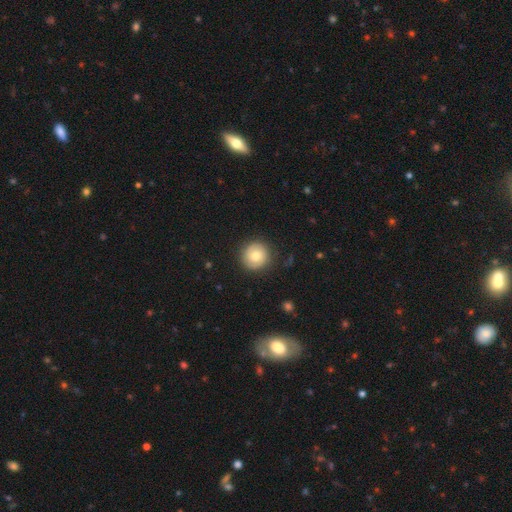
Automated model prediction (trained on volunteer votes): Overall: smooth (69%). How rounded: round (93%). Merging: none (86%).